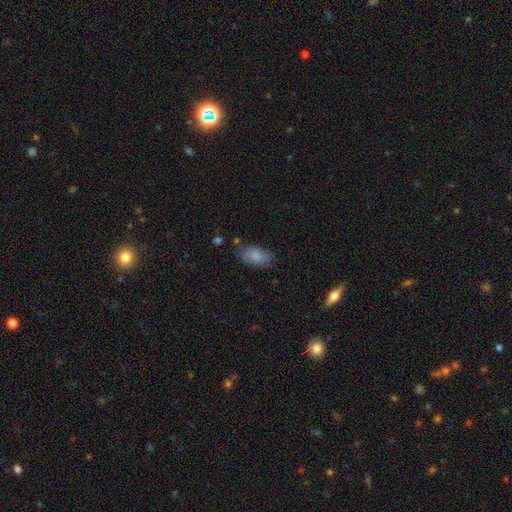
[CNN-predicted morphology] Smooth or featured?
  - smooth: 83% *
  - featured or disk: 10%
  - star or artifact: 7%
How rounded?
  - in between: 93% *
  - round: 4%
  - cigar-shaped: 3%
Merging?
  - none: 69% *
  - minor disturbance: 22%
  - major disturbance: 6%
  - merger: 3%